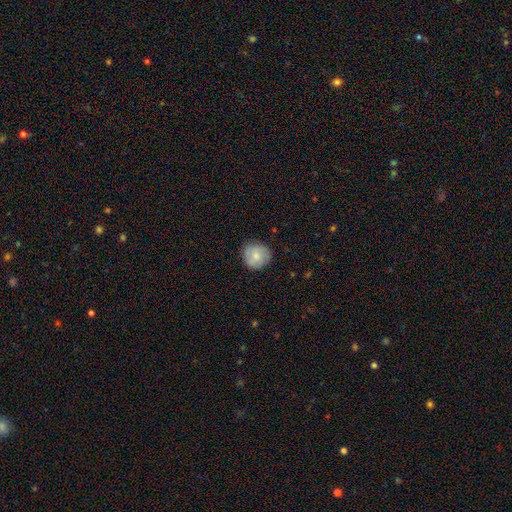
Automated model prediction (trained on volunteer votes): Q: Smooth or featured?
A: smooth (76%); runner-up: featured or disk (17%)
Q: How rounded?
A: round (91%); runner-up: in between (8%)
Q: Merging?
A: none (82%); runner-up: minor disturbance (14%)